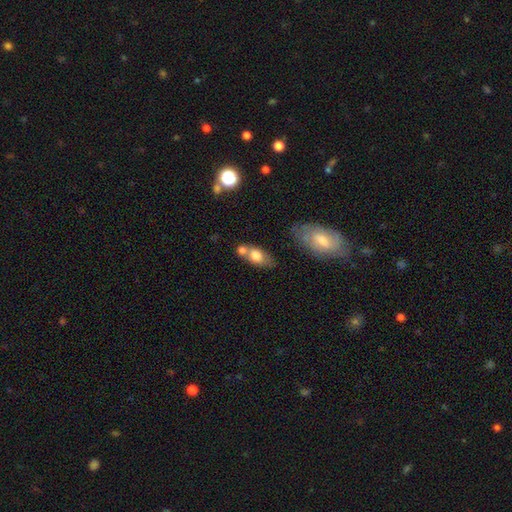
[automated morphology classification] Smooth or featured: smooth — 71% (featured or disk — 22%)
How rounded: in between — 79% (round — 12%)
Merging: none — 41% (merger — 37%)